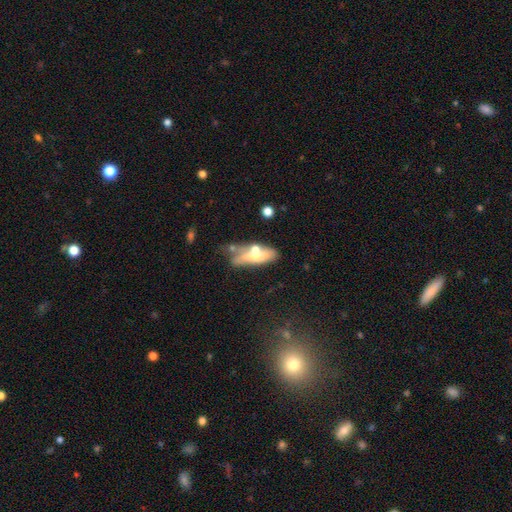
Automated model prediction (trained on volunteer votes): This appears to be a smooth galaxy with no disk features (55%) that is in between round and cigar-shaped (59%). Merging: none (34%).